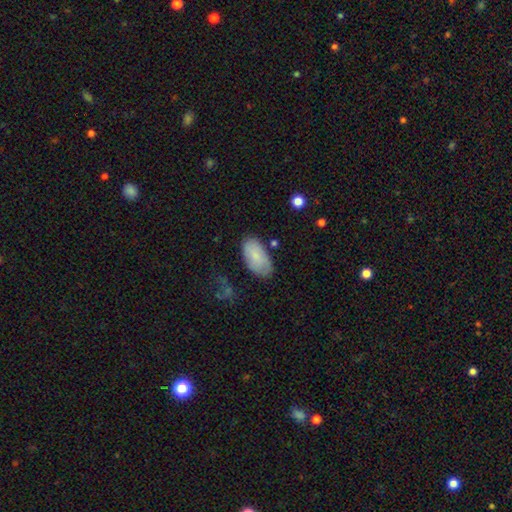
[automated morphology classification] Smooth or featured? Predicted: smooth (p=0.79). How rounded? Predicted: in between (p=0.95). Merging? Predicted: none (p=0.74).